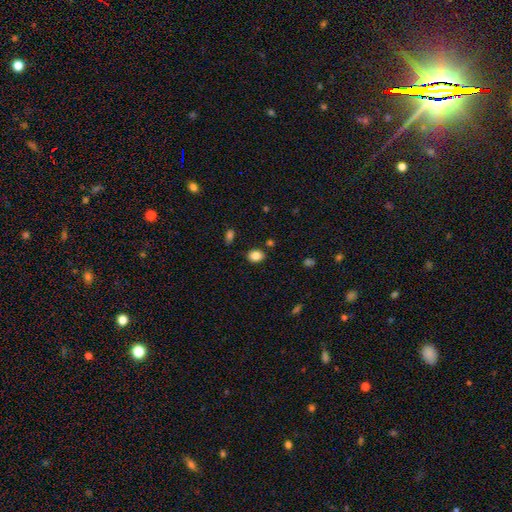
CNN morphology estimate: A smooth galaxy with no disk features (84%) that is in between round and cigar-shaped (60%).

Vote fractions:
- Smooth or featured? smooth: 84% / star or artifact: 9% / featured or disk: 6%
- How rounded? in between: 60% / round: 39% / cigar-shaped: 1%
- Merging? none: 85% / minor disturbance: 10% / merger: 3% / major disturbance: 3%